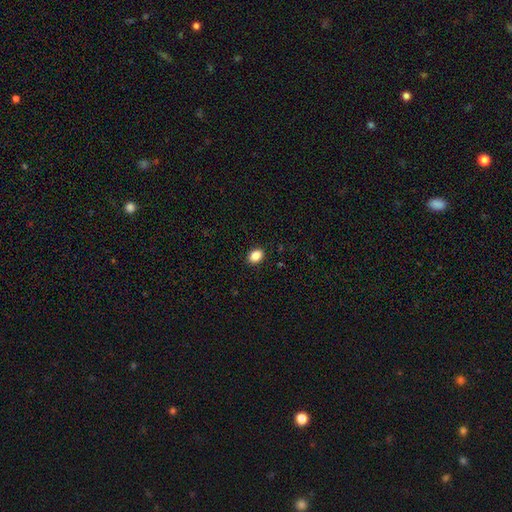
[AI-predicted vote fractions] Smooth or featured: smooth — 87% (star or artifact — 9%)
How rounded: in between — 75% (round — 24%)
Merging: none — 90% (minor disturbance — 7%)